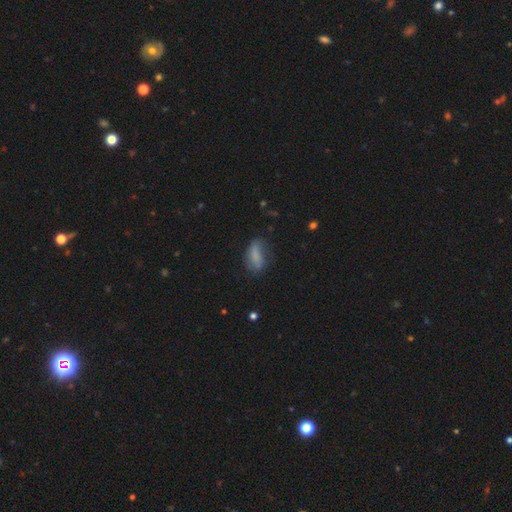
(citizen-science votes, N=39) Morphology: type=smooth (67%); roundness=in between (81%); merging=none (44%).